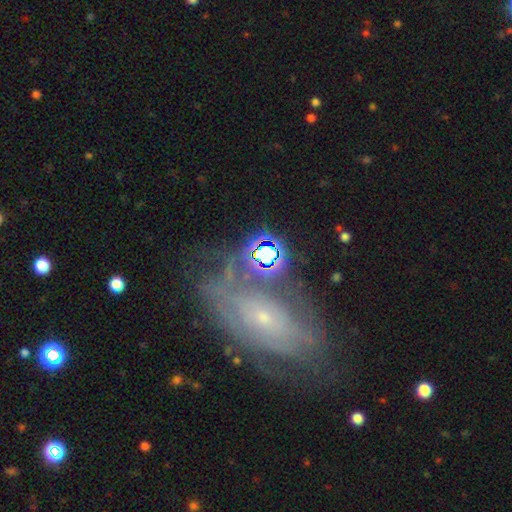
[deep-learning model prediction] A featured or disk galaxy (48%). Merging: none (61%).